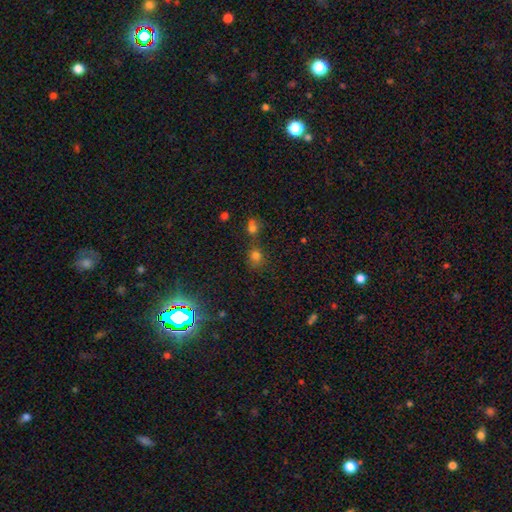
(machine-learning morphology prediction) smooth_or_featured: smooth (p=0.69) [alt: star or artifact p=0.25]
how_rounded: round (p=0.78) [alt: in between p=0.21]
merging: none (p=0.58) [alt: merger p=0.25]